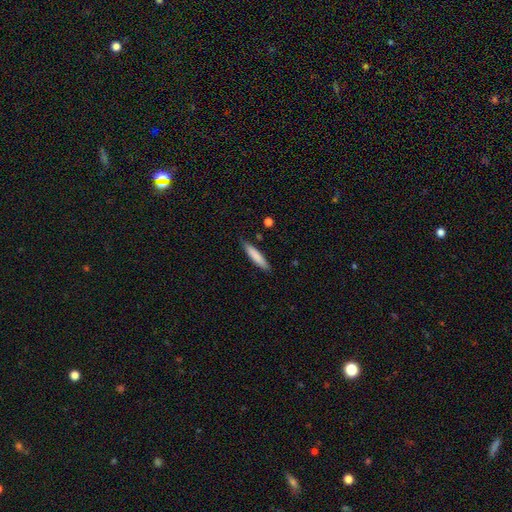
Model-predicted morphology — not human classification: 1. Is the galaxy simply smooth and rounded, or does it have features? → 80% smooth, 14% featured or disk, 6% star or artifact.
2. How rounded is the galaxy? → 88% cigar-shaped, 11% in between, 1% round.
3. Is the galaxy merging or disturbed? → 85% none, 11% minor disturbance, 2% major disturbance, 1% merger.